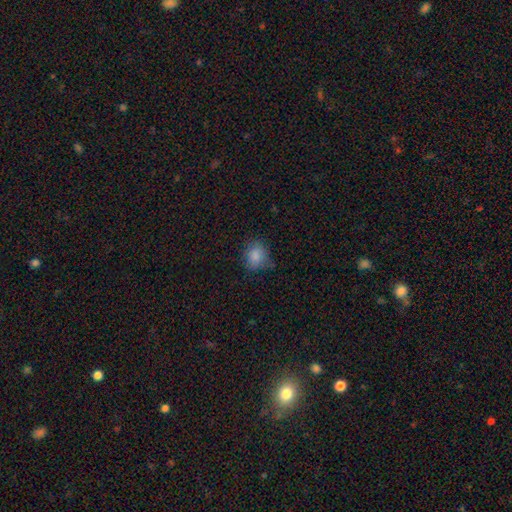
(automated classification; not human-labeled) Smooth or featured? smooth (84%)
How rounded? round (62%)
Merging? none (65%)